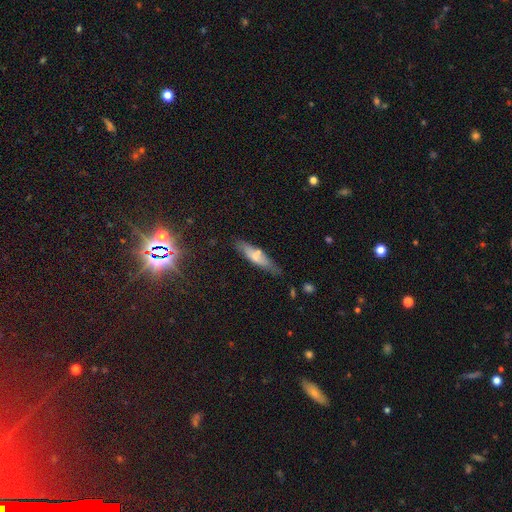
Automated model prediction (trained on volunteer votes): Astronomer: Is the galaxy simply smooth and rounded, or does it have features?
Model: smooth — 64%.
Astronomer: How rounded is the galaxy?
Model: cigar-shaped — 70%.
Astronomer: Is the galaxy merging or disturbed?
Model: none — 69%.